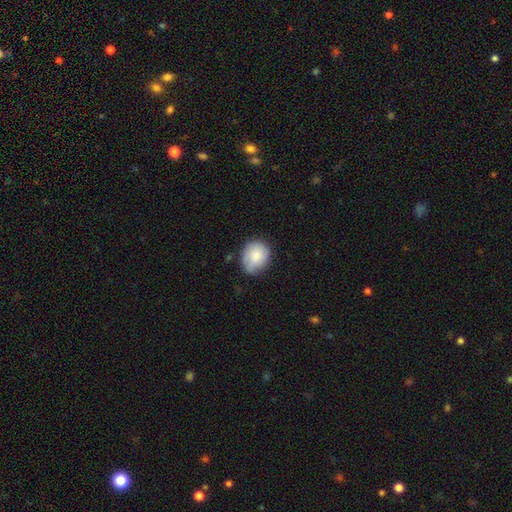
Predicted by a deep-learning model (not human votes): Q: Smooth or featured?
A: smooth (82%); runner-up: featured or disk (11%)
Q: How rounded?
A: round (68%); runner-up: in between (31%)
Q: Merging?
A: none (68%); runner-up: minor disturbance (25%)